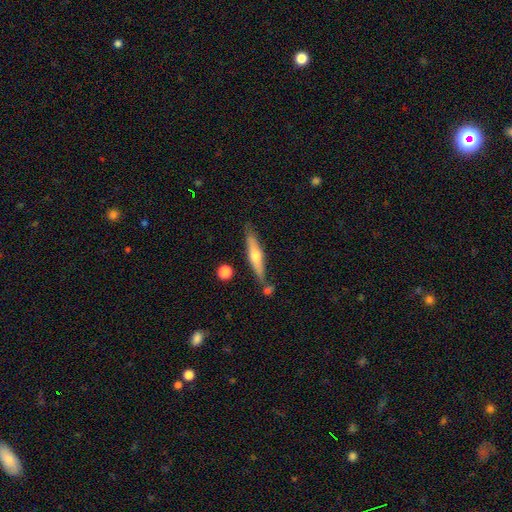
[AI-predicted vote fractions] Smooth or featured: featured or disk — 53% (smooth — 41%)
Edge-on disk: yes — 92% (no — 8%)
Merging: none — 77% (minor disturbance — 13%)